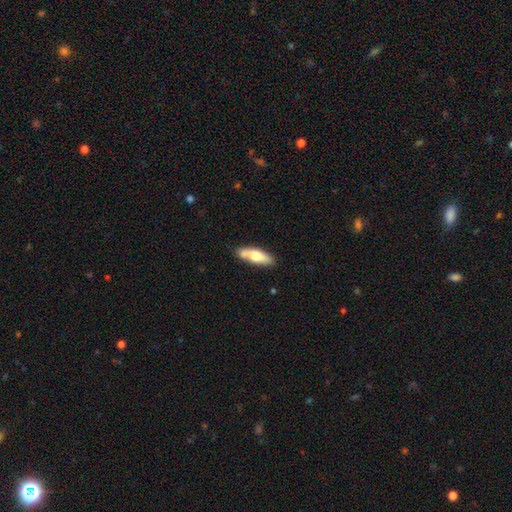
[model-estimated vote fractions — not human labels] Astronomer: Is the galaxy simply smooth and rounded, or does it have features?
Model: smooth — 62%.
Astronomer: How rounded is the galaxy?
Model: in between — 54% (runner-up: cigar-shaped, 43%).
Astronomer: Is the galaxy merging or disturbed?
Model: none — 61%.